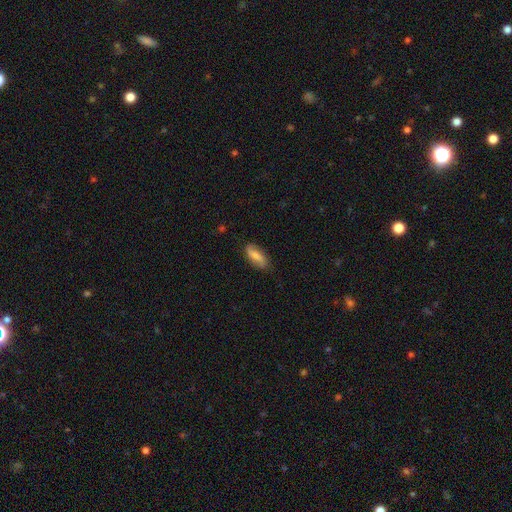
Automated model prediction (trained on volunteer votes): smooth_or_featured: smooth (p=0.65) [alt: featured or disk p=0.28]
how_rounded: in between (p=0.75) [alt: cigar-shaped p=0.22]
merging: none (p=0.77) [alt: minor disturbance p=0.17]